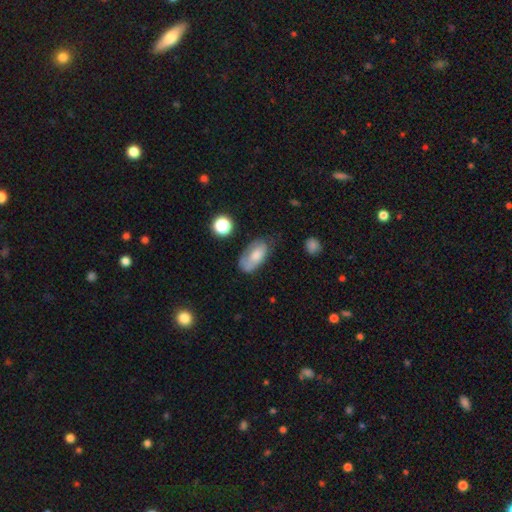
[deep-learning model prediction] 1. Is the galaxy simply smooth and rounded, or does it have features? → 61% smooth, 30% featured or disk, 8% star or artifact.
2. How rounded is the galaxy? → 92% in between, 5% round, 3% cigar-shaped.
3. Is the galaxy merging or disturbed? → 48% none, 31% minor disturbance, 17% major disturbance, 4% merger.